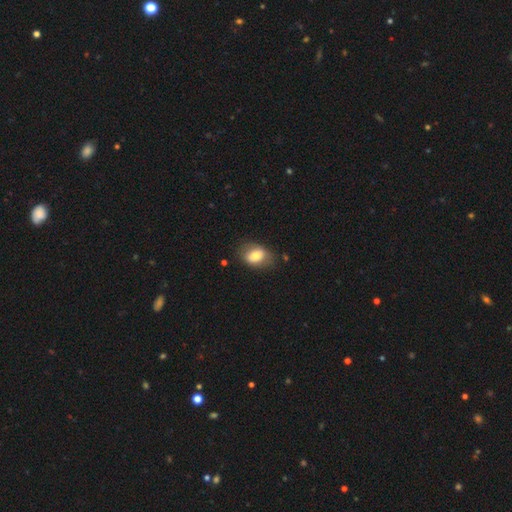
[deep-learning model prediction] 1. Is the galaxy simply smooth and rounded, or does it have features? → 71% smooth, 21% featured or disk, 8% star or artifact.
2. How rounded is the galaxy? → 76% in between, 23% round, 2% cigar-shaped.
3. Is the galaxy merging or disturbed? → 70% none, 21% minor disturbance, 7% major disturbance, 2% merger.